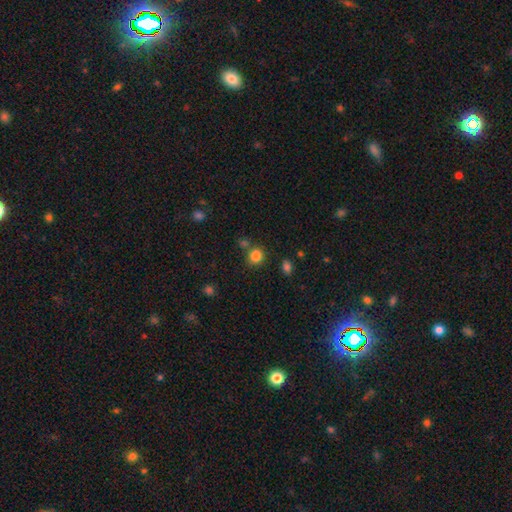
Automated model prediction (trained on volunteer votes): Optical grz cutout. It shows a smooth galaxy with no disk features (84%) that is round (81%). Merging: none (74%).